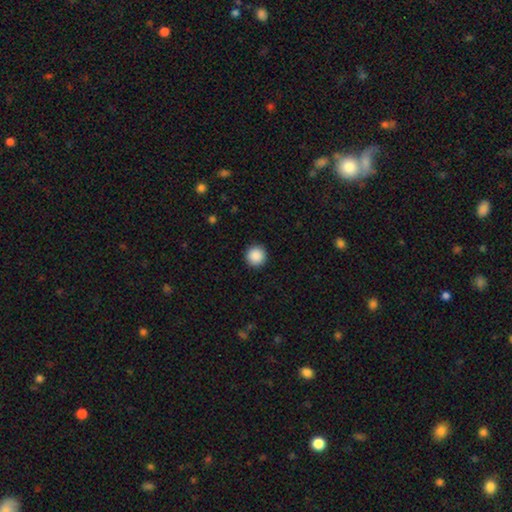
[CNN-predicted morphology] This appears to be a smooth galaxy with no disk features (89%) that is round (96%). Merging: none (93%).